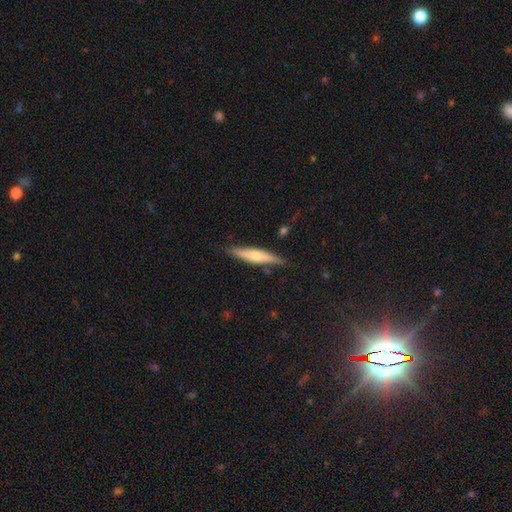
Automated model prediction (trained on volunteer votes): Smooth or featured? featured or disk (52%)
Edge-on disk? yes (91%)
Merging? none (84%)